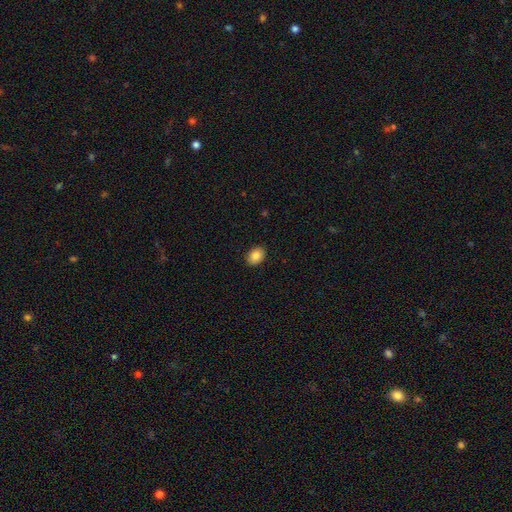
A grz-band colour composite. It shows a smooth galaxy with no disk features (89%) that is in between round and cigar-shaped (91%). Merging: none (97%).